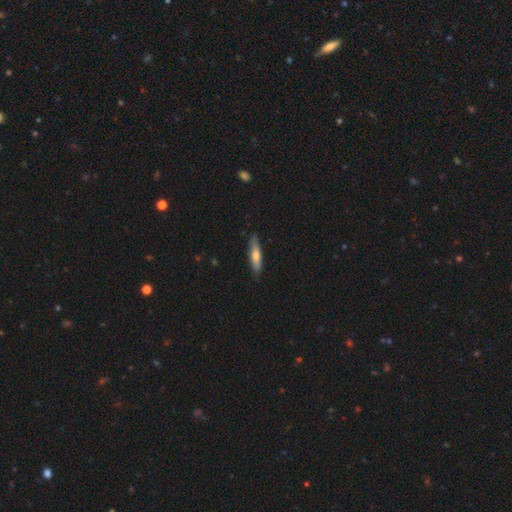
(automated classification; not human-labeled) smooth_or_featured: smooth (p=0.62) [alt: featured or disk p=0.32]
how_rounded: cigar-shaped (p=0.79) [alt: in between p=0.20]
merging: none (p=0.85) [alt: minor disturbance p=0.12]